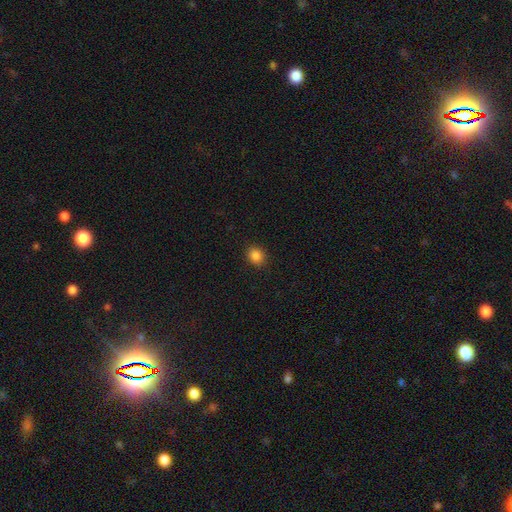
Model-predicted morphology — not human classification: Smooth or featured: smooth — 86% (star or artifact — 11%)
How rounded: round — 67% (in between — 32%)
Merging: none — 90% (minor disturbance — 7%)